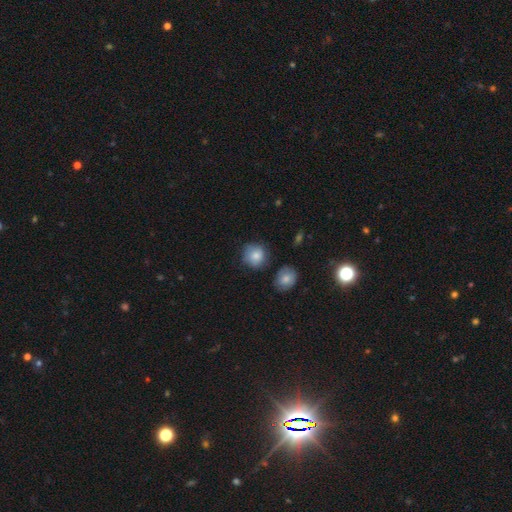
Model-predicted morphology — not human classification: smooth 82%, featured or disk 10%, star or artifact 8%. Down the decision tree: how rounded — round (88%); merging — none (73%).